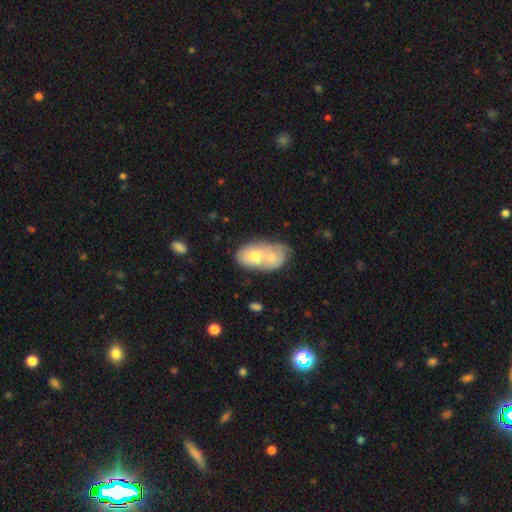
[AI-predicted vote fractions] Smooth or featured? Predicted: smooth (p=0.60). How rounded? Predicted: in between (p=0.83). Merging? Predicted: merger (p=0.74).